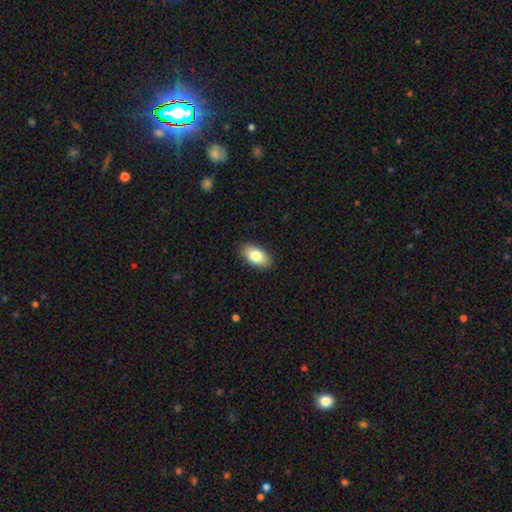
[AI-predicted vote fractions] Smooth or featured: smooth — 79% (featured or disk — 14%)
How rounded: in between — 92% (round — 5%)
Merging: none — 88% (minor disturbance — 9%)